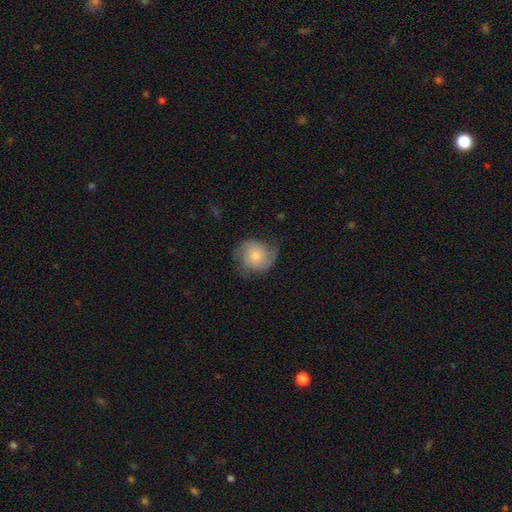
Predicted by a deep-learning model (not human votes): This appears to be a smooth galaxy with no disk features (58%) that is round (78%). Merging: none (59%).